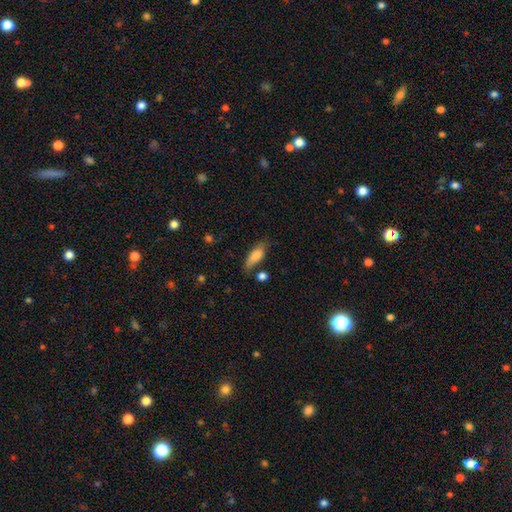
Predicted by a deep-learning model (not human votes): smooth-or-featured: smooth: 81% | featured or disk: 12% | star or artifact: 7%
  how-rounded: in between: 74% | cigar-shaped: 23% | round: 3%
  merging: none: 59% | minor disturbance: 26% | major disturbance: 8% | merger: 8%